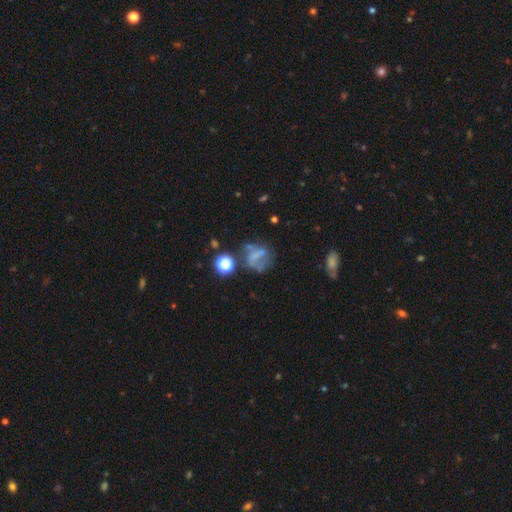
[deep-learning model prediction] Smooth or featured? Predicted: featured or disk (p=0.40). Merging? Predicted: none (p=0.42).